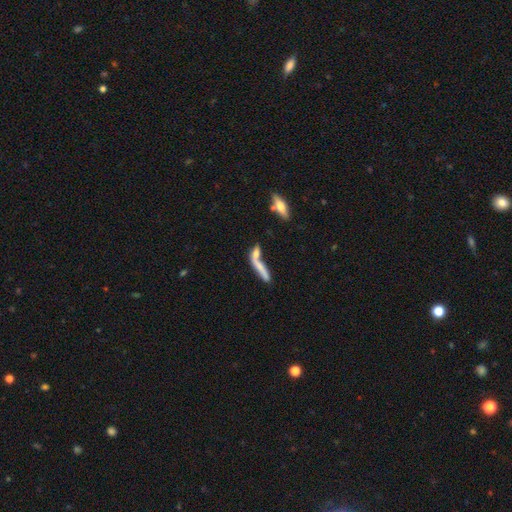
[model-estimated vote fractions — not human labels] smooth_or_featured: smooth (p=0.57) [alt: featured or disk p=0.34]
how_rounded: cigar-shaped (p=0.80) [alt: in between p=0.17]
merging: merger (p=0.47) [alt: none p=0.30]